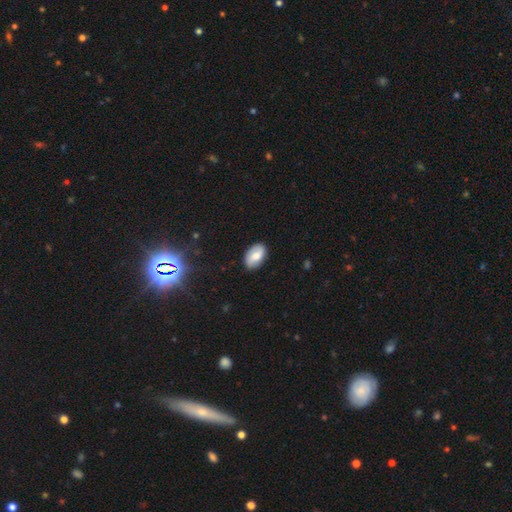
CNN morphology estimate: Q: Smooth or featured?
A: smooth (65%); runner-up: featured or disk (28%)
Q: How rounded?
A: in between (92%); runner-up: round (7%)
Q: Merging?
A: none (86%); runner-up: minor disturbance (10%)